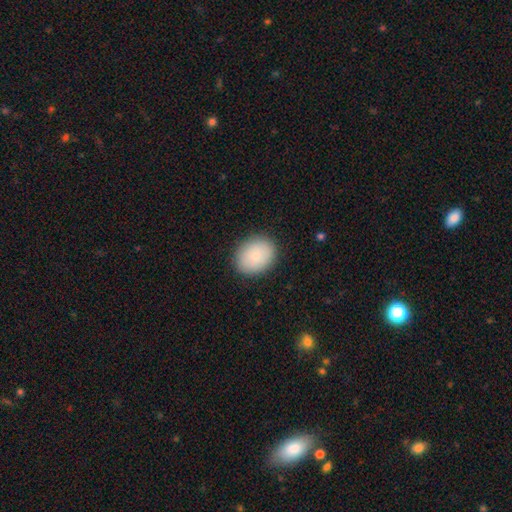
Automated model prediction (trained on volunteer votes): smooth 87%, featured or disk 7%, star or artifact 6%. Down the decision tree: how rounded — in between (52%); merging — none (88%).